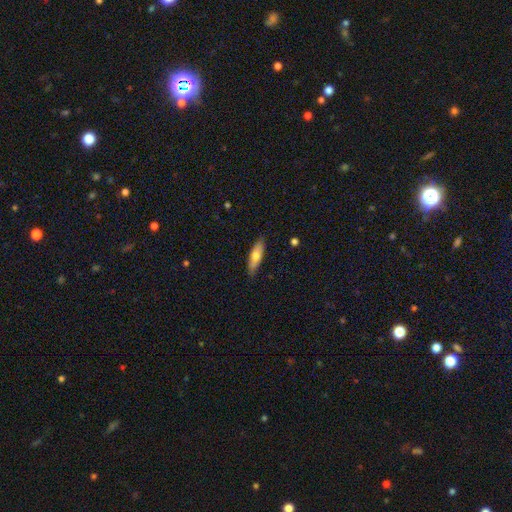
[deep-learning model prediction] Smooth or featured?
  - smooth: 66% *
  - featured or disk: 29%
  - star or artifact: 6%
How rounded?
  - cigar-shaped: 60% *
  - in between: 38%
  - round: 2%
Merging?
  - none: 85% *
  - minor disturbance: 12%
  - major disturbance: 2%
  - merger: 1%